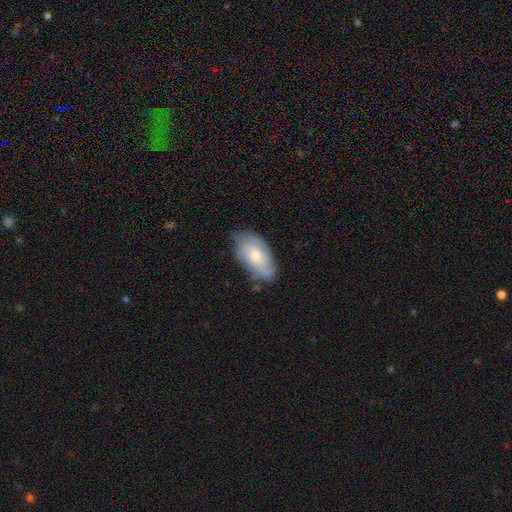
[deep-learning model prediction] This is possibly a smooth galaxy (55%). How rounded: clearly in between (93%). Merging: likely none (65%).